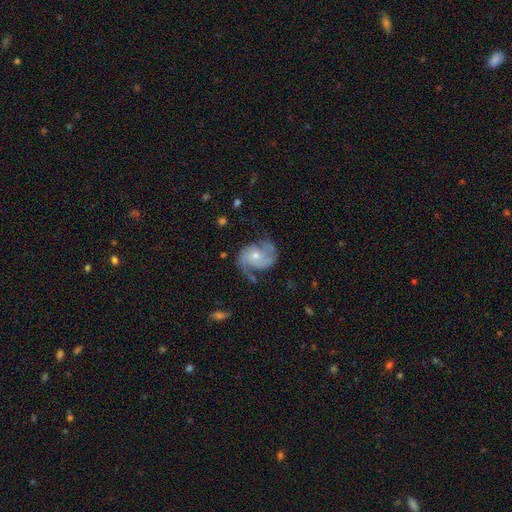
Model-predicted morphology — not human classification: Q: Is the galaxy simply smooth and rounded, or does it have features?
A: featured or disk — 83%.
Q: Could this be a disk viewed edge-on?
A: no — 98%.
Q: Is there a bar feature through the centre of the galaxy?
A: no — 72%.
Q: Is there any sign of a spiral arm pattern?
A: yes — 95%.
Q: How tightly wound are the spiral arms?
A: medium — 45%.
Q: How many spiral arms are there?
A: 2 — 79%.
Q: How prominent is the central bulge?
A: small — 56%.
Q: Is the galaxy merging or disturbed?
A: none — 61%.